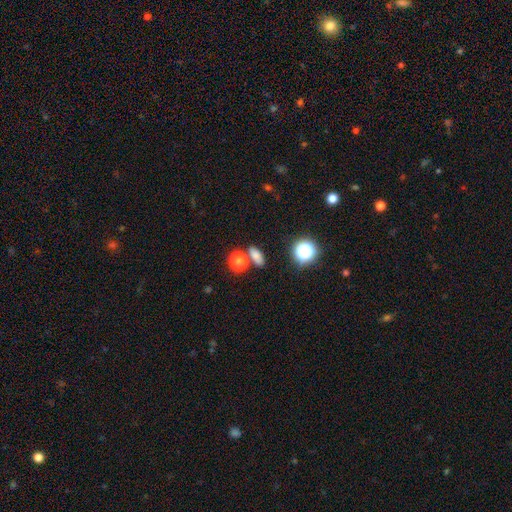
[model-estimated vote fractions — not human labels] smooth-or-featured: smooth: 76% | star or artifact: 17% | featured or disk: 7%
  how-rounded: in between: 69% | round: 21% | cigar-shaped: 9%
  merging: none: 72% | merger: 14% | minor disturbance: 11% | major disturbance: 4%